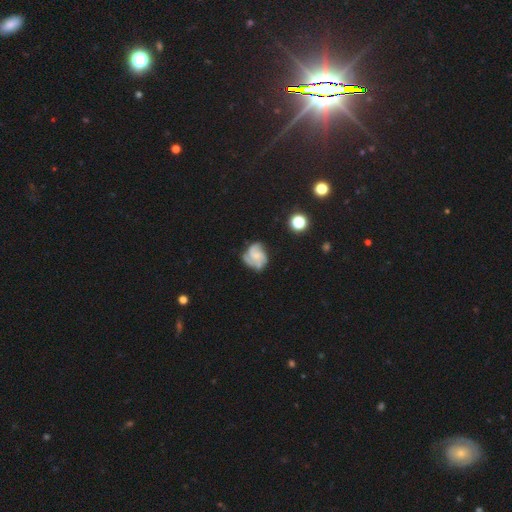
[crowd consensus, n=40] Smooth or featured: featured or disk — 80% (smooth — 15%)
Edge-on disk: no — 100%
Bar: no — 91% (weak — 9%)
Spiral arms: yes — 94% (no — 6%)
Spiral winding: medium — 43% (tight — 37%)
Spiral arm count: 4 — 40% (3 — 37%)
Bulge size: small — 62% (none — 31%)
Merging: none — 63% (minor disturbance — 32%)